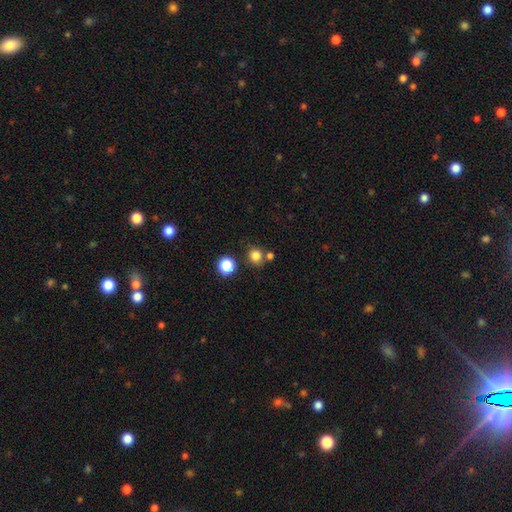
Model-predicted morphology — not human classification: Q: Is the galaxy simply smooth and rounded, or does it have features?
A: smooth — 81%.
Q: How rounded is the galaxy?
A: round — 87%.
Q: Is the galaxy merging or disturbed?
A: none — 74%.